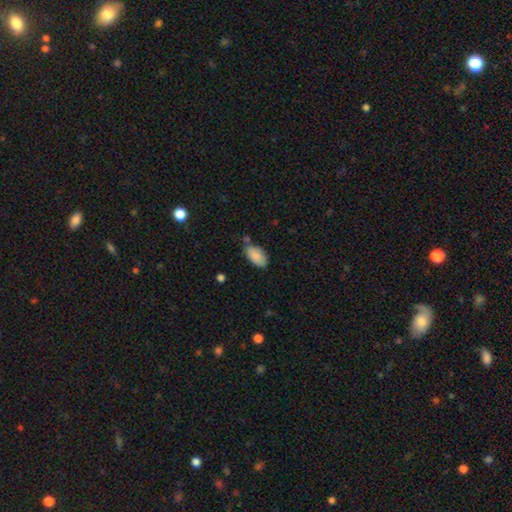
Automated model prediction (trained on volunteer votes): Smooth or featured?
  - smooth: 88% *
  - star or artifact: 7%
  - featured or disk: 6%
How rounded?
  - in between: 95% *
  - round: 3%
  - cigar-shaped: 2%
Merging?
  - none: 66% *
  - minor disturbance: 22%
  - merger: 8%
  - major disturbance: 4%